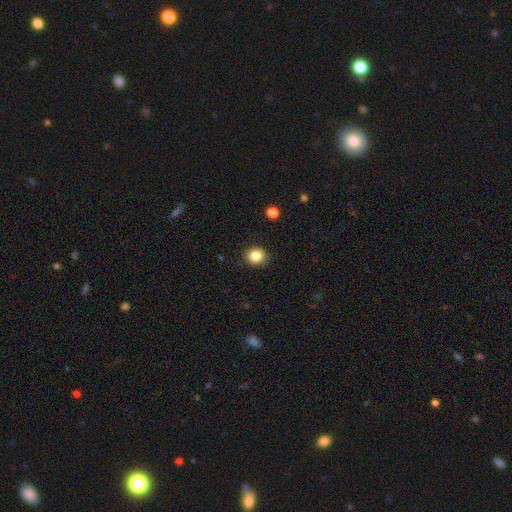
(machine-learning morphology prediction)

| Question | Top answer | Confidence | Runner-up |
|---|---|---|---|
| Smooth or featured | smooth | 84% | star or artifact (11%) |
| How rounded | round | 78% | in between (21%) |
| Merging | none | 90% | minor disturbance (7%) |